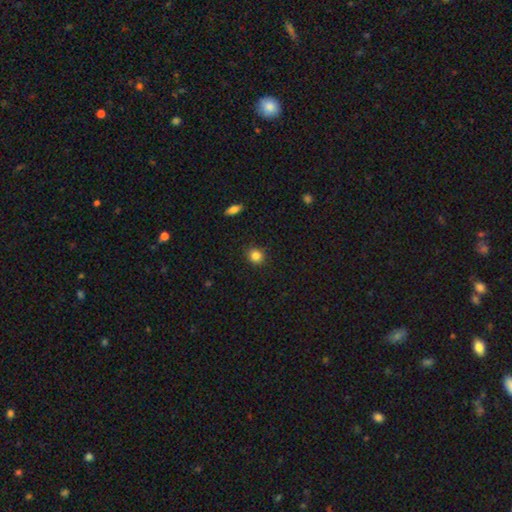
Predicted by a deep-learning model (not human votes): smooth 85%, star or artifact 11%, featured or disk 5%. Down the decision tree: how rounded — round (84%); merging — none (89%).